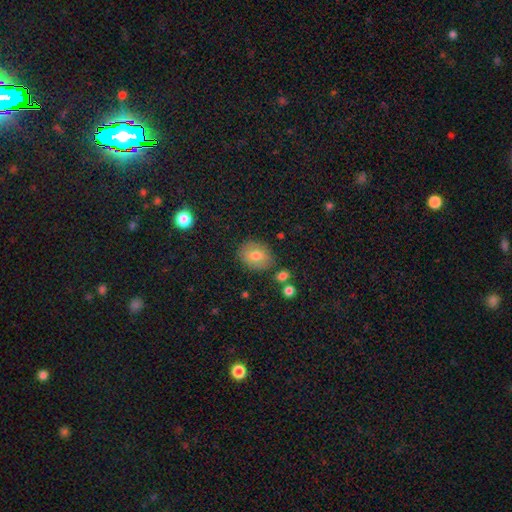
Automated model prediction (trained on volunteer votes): Overall: smooth (77%). How rounded: in between (54%; round 45%). Merging: none (82%).